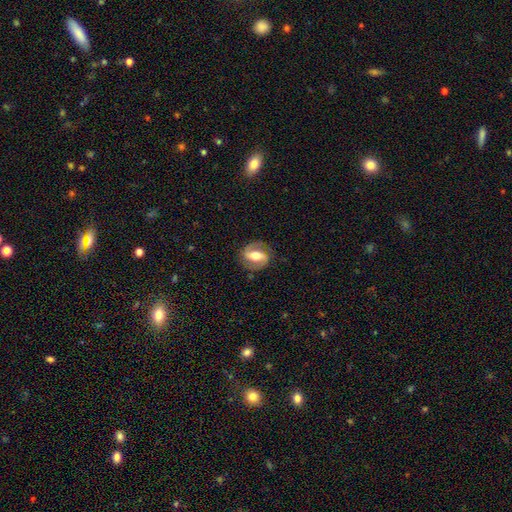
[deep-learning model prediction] Smooth or featured? featured or disk (73%)
Edge-on disk? no (95%)
Bar? strong (48%)
Spiral arms? yes (87%)
Spiral winding? medium (48%)
Spiral arm count? 2 (89%)
Bulge size? moderate (63%)
Merging? none (80%)